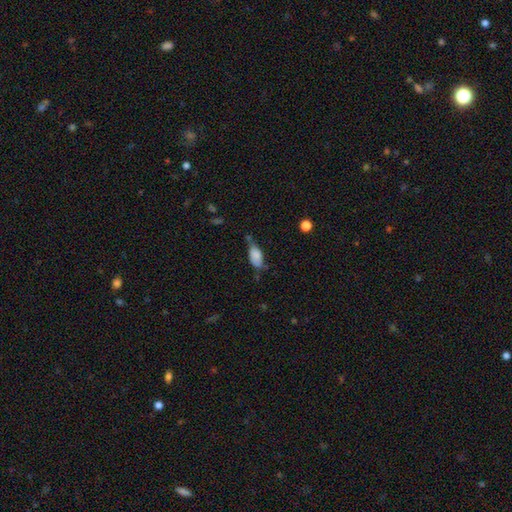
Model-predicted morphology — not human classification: Q: Smooth or featured?
A: smooth (78%); runner-up: featured or disk (14%)
Q: How rounded?
A: in between (90%); runner-up: cigar-shaped (6%)
Q: Merging?
A: minor disturbance (41%); runner-up: none (37%)